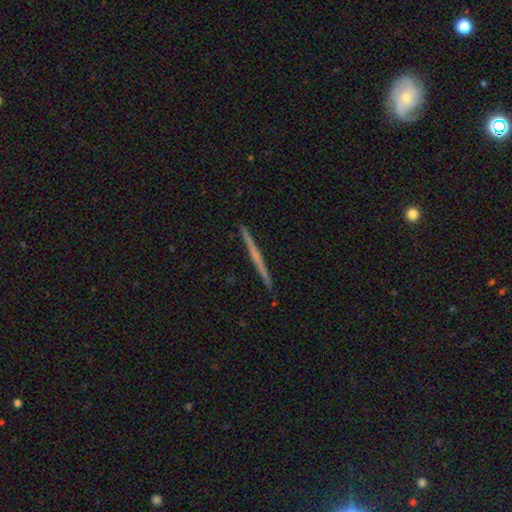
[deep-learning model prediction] A featured or disk galaxy (64%) viewed edge-on (98%) with no central bulge (78%). Merging: none (93%).